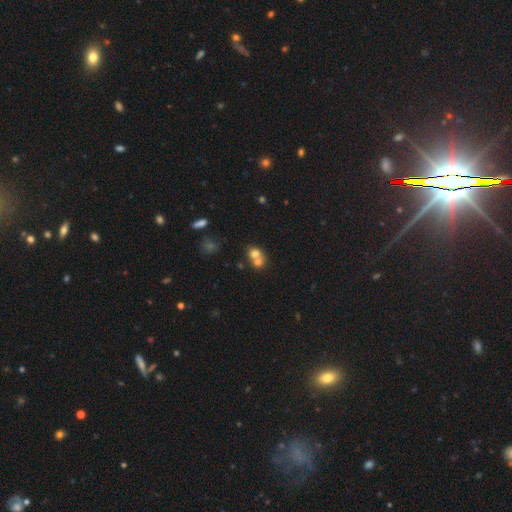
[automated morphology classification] Smooth or featured? Predicted: smooth (p=0.70). How rounded? Predicted: round (p=0.68). Merging? Predicted: merger (p=0.67).